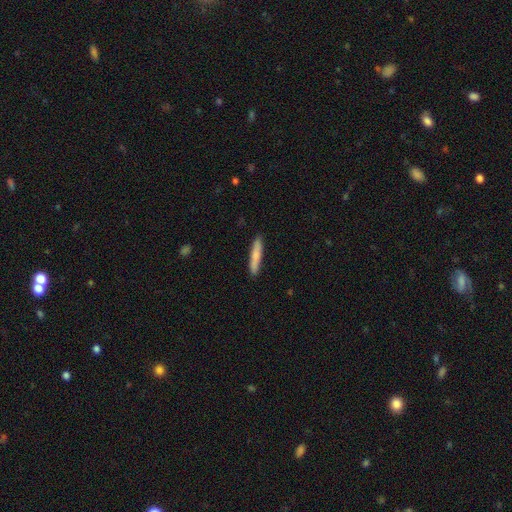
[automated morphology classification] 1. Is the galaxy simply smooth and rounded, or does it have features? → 76% smooth, 18% featured or disk, 5% star or artifact.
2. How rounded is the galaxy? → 91% cigar-shaped, 8% in between, 1% round.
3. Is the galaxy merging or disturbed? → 90% none, 8% minor disturbance, 2% major disturbance, 1% merger.